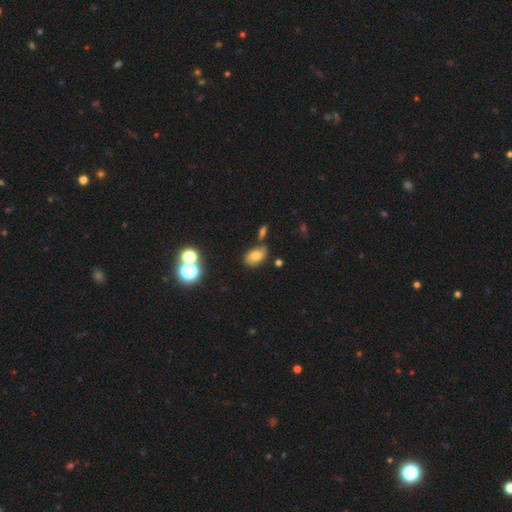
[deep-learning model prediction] A smooth galaxy with no disk features (68%) that is in between round and cigar-shaped (86%).

Vote fractions:
- Smooth or featured? smooth: 68% / featured or disk: 18% / star or artifact: 14%
- How rounded? in between: 86% / round: 12% / cigar-shaped: 2%
- Merging? none: 63% / minor disturbance: 19% / merger: 12% / major disturbance: 6%